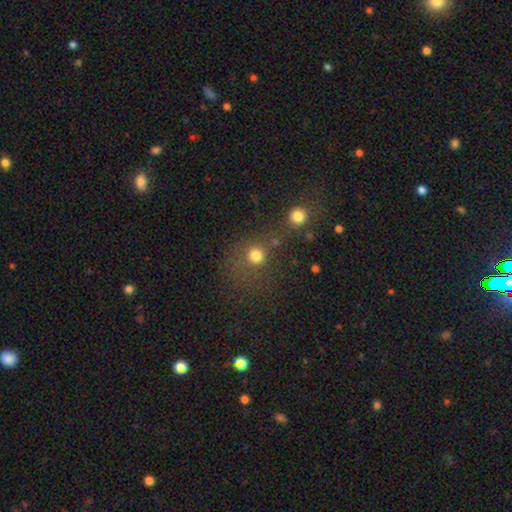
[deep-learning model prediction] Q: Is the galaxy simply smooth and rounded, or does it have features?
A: smooth — 73%.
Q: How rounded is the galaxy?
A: round — 87%.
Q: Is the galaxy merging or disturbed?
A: none — 59%.